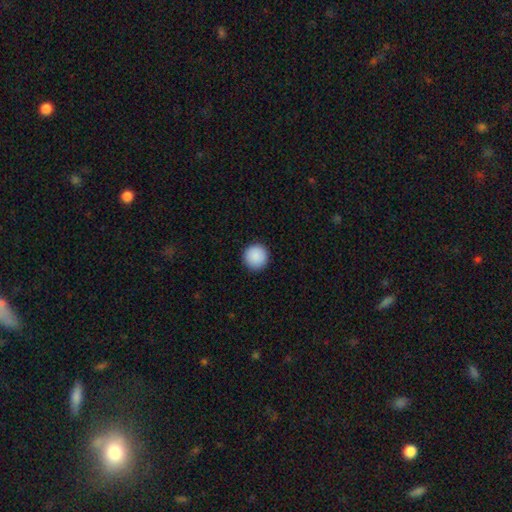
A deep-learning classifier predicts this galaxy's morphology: This appears to be a smooth galaxy with no disk features (90%) that is round (96%). Merging: none (93%).